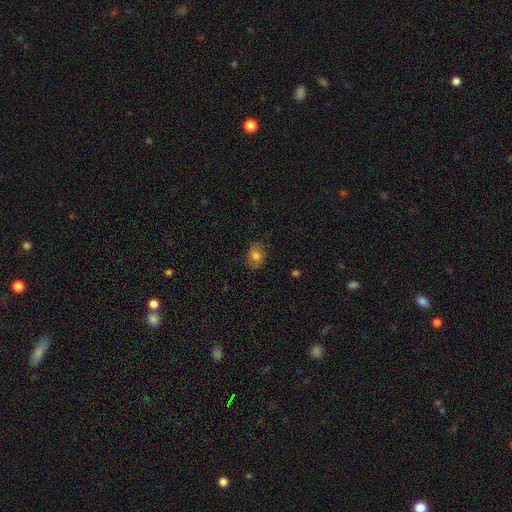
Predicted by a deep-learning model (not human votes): This is likely a smooth galaxy (70%). How rounded: likely in between (68%). Merging: likely none (77%).